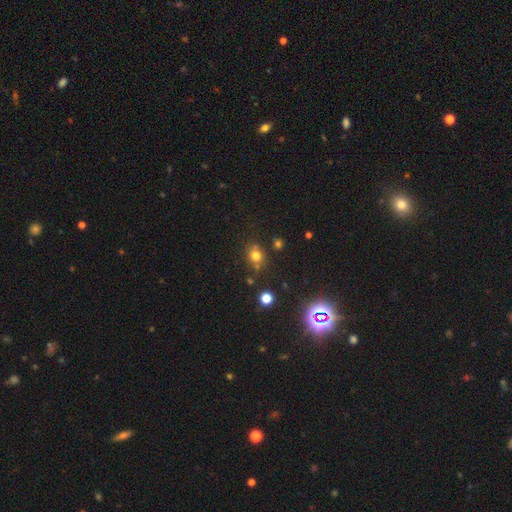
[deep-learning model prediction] Smooth or featured: smooth — 72% (star or artifact — 19%)
How rounded: round — 72% (in between — 27%)
Merging: none — 70% (minor disturbance — 15%)